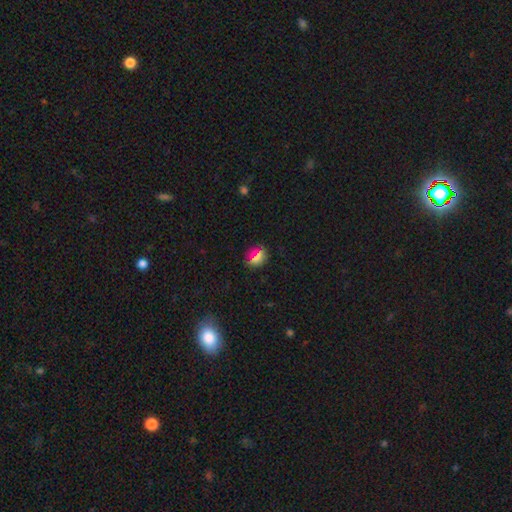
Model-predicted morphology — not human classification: The model was most divided on "how rounded": round: 60%, in between: 35%, cigar-shaped: 5%. More confident: merging — none (87%); smooth or featured — smooth (65%).